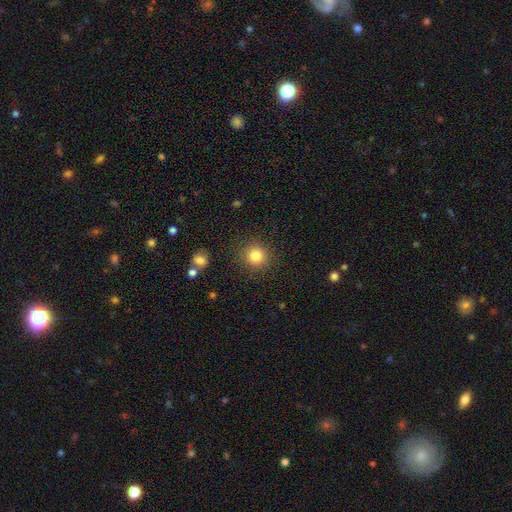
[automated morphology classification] smooth-or-featured: smooth: 82% | star or artifact: 12% | featured or disk: 6%
  how-rounded: round: 91% | in between: 8% | cigar-shaped: 1%
  merging: none: 88% | minor disturbance: 7% | major disturbance: 3% | merger: 2%